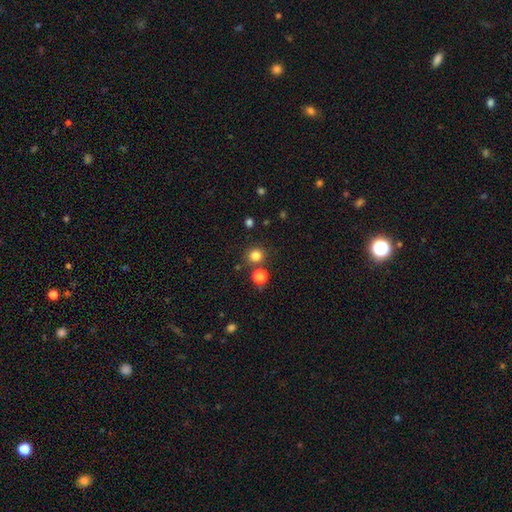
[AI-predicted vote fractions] Q: Smooth or featured?
A: smooth (81%); runner-up: star or artifact (15%)
Q: How rounded?
A: round (93%); runner-up: in between (6%)
Q: Merging?
A: none (82%); runner-up: merger (9%)